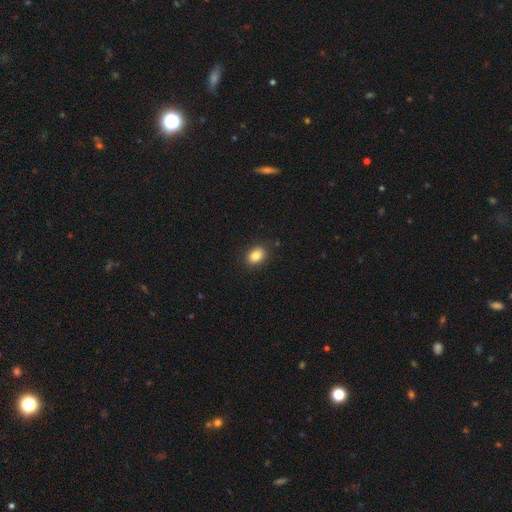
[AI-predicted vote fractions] Q: Smooth or featured?
A: smooth (85%); runner-up: star or artifact (9%)
Q: How rounded?
A: in between (75%); runner-up: round (24%)
Q: Merging?
A: none (88%); runner-up: minor disturbance (9%)